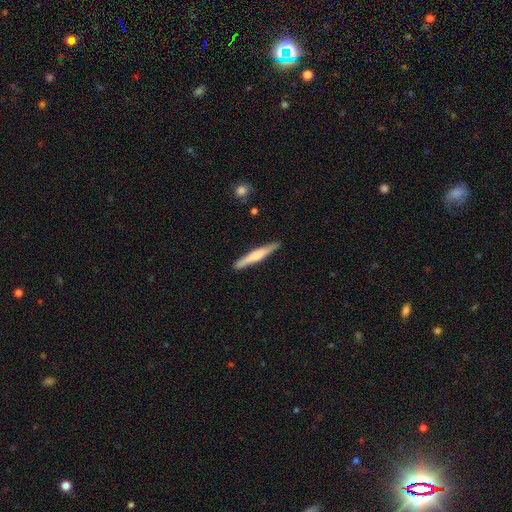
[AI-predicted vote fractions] smooth_or_featured: smooth (p=0.48) [alt: featured or disk p=0.46]
merging: none (p=0.89) [alt: minor disturbance p=0.08]